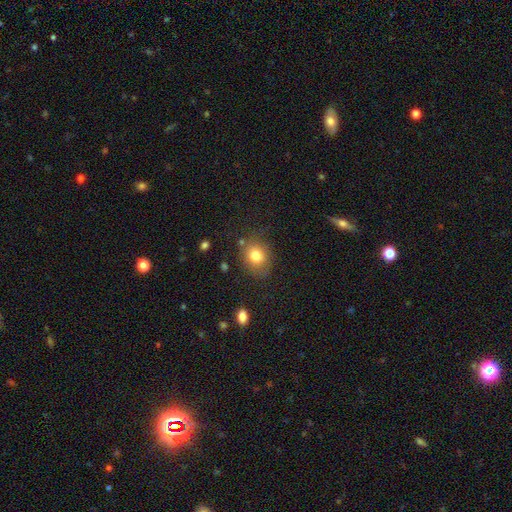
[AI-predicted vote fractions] Smooth or featured? Predicted: smooth (p=0.79). How rounded? Predicted: round (p=0.62). Merging? Predicted: none (p=0.76).